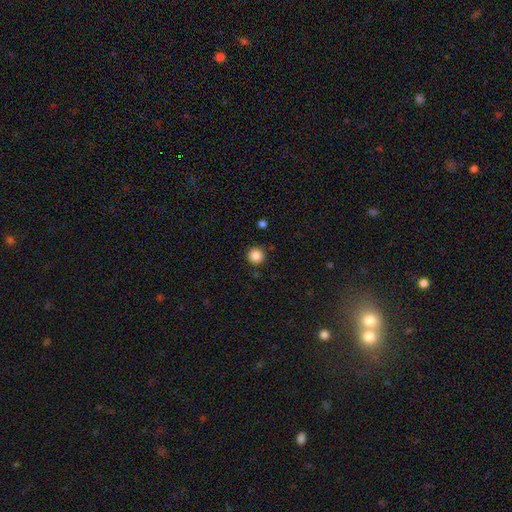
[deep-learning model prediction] Morphology: type=smooth (86%); roundness=round (96%); merging=none (90%).